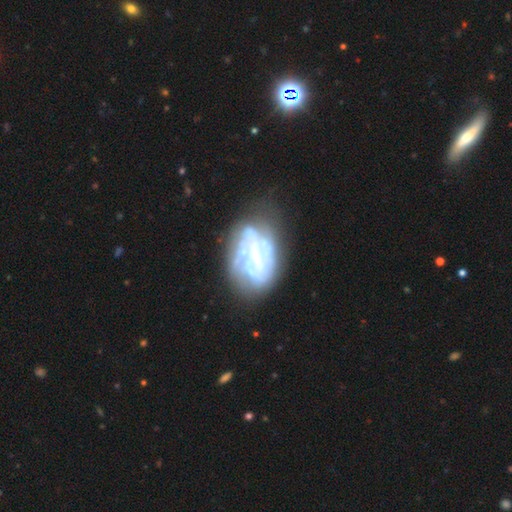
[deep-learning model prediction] This is likely a featured or disk galaxy (76%). It is clearly not viewed edge-on (97%). Bar: possibly no (53%). Spiral arm pattern: possibly yes (57%). Central bulge: possibly small (54%). Merging: possibly none (49%).